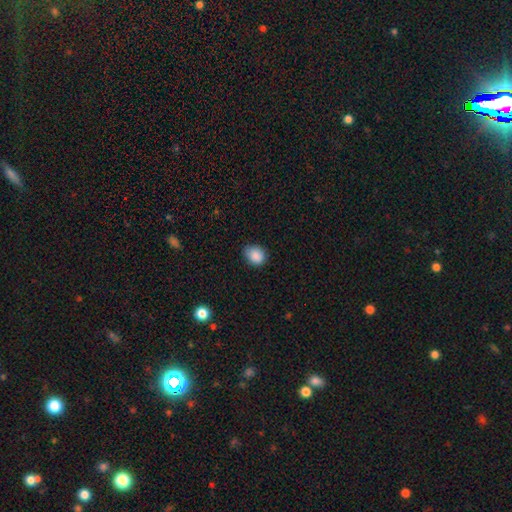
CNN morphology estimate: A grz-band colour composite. It shows a smooth galaxy with no disk features (87%) that is round (59%). Merging: none (68%).